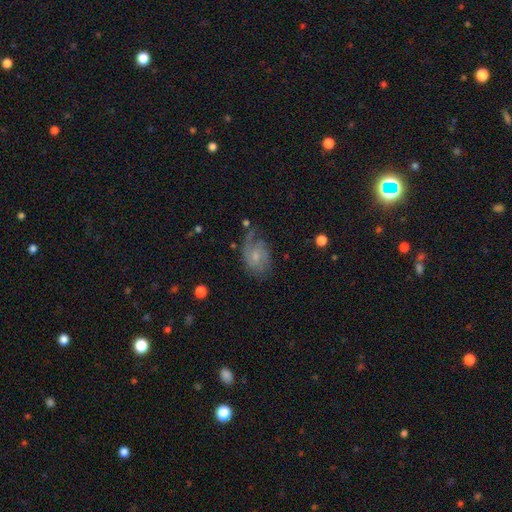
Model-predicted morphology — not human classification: Q: Smooth or featured?
A: featured or disk (70%); runner-up: smooth (22%)
Q: Edge-on disk?
A: no (97%); runner-up: yes (3%)
Q: Bar?
A: no (64%); runner-up: weak (32%)
Q: Spiral arms?
A: yes (90%); runner-up: no (10%)
Q: Spiral winding?
A: medium (42%); runner-up: tight (34%)
Q: Spiral arm count?
A: 2 (40%); runner-up: 1 (28%)
Q: Bulge size?
A: small (59%); runner-up: moderate (31%)
Q: Merging?
A: none (53%); runner-up: minor disturbance (25%)